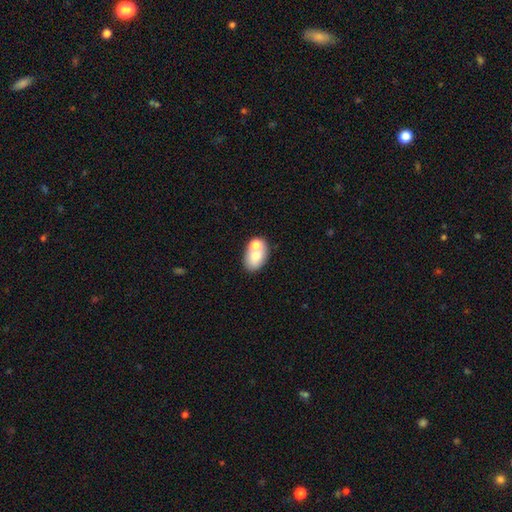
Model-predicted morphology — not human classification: This is likely a smooth galaxy (68%). How rounded: clearly in between (80%). Merging: marginally none (43%).